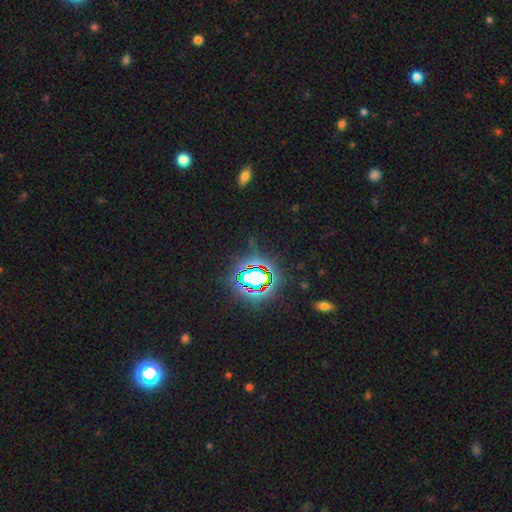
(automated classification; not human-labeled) This appears to be a star or artifact, not a galaxy (80%).